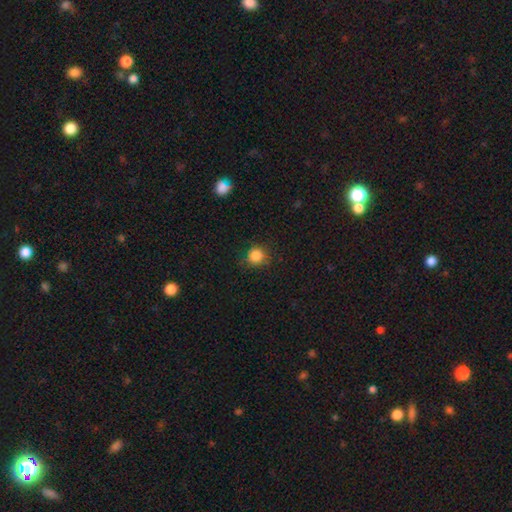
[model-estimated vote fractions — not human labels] Smooth or featured? Predicted: smooth (p=0.85). How rounded? Predicted: round (p=0.92). Merging? Predicted: none (p=0.84).